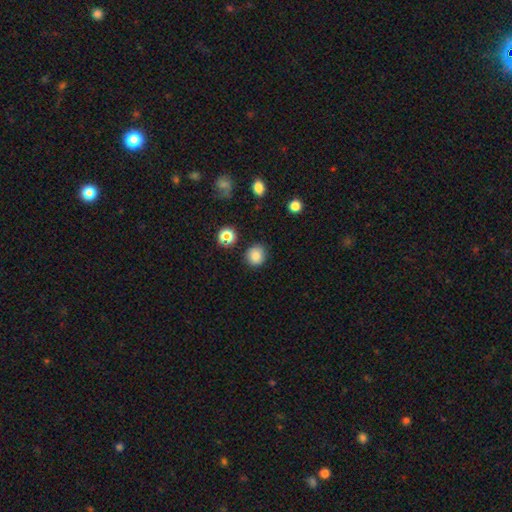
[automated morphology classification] Smooth or featured?
  - smooth: 84% *
  - star or artifact: 12%
  - featured or disk: 4%
How rounded?
  - round: 83% *
  - in between: 16%
  - cigar-shaped: 1%
Merging?
  - none: 84% *
  - minor disturbance: 11%
  - major disturbance: 3%
  - merger: 2%